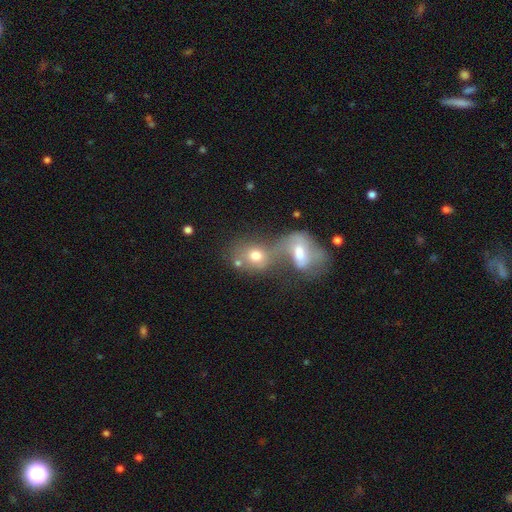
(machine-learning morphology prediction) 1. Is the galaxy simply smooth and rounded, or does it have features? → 63% smooth, 25% featured or disk, 12% star or artifact.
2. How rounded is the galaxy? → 50% in between, 48% round, 2% cigar-shaped.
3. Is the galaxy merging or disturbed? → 70% merger, 16% none, 8% major disturbance, 6% minor disturbance.